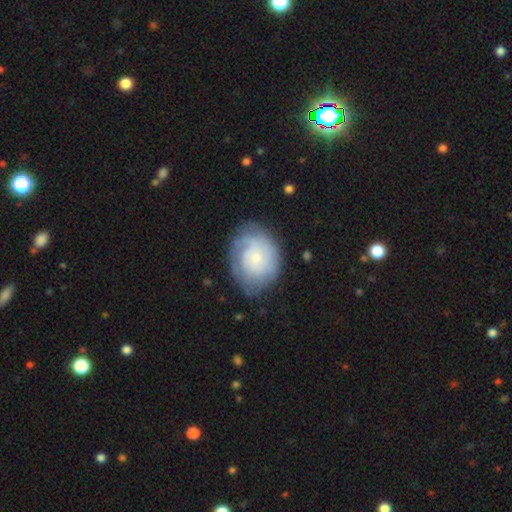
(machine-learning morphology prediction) This appears to be a featured or disk galaxy (56%) with no bar (80%), spiral arms (80%) and a small central bulge (65%). Merging: none (67%).